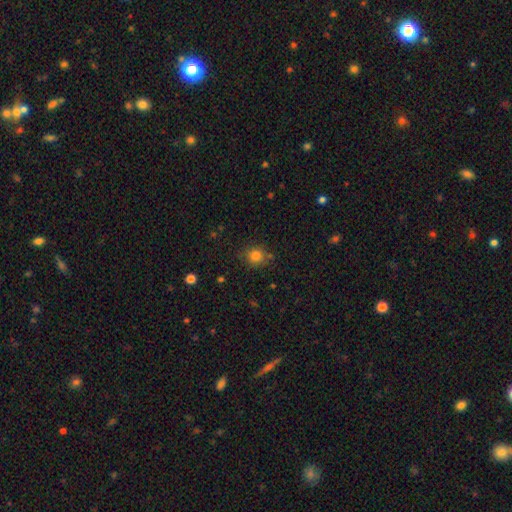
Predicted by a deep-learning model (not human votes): A smooth galaxy with no disk features (82%) that is round (85%).

Vote fractions:
- Smooth or featured? smooth: 82% / star or artifact: 13% / featured or disk: 6%
- How rounded? round: 85% / in between: 14% / cigar-shaped: 1%
- Merging? none: 79% / minor disturbance: 14% / major disturbance: 4% / merger: 3%